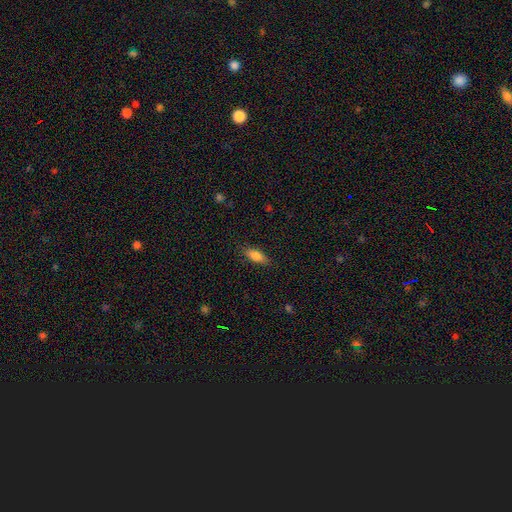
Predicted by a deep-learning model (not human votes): Overall: smooth (82%). How rounded: in between (75%). Merging: none (84%).